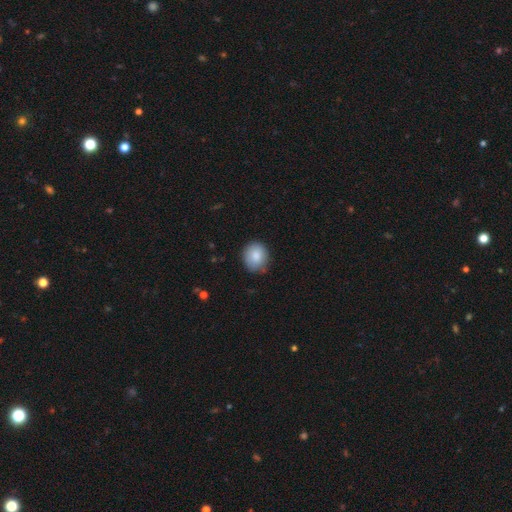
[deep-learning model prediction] Q: Smooth or featured?
A: smooth (85%); runner-up: featured or disk (7%)
Q: How rounded?
A: round (69%); runner-up: in between (30%)
Q: Merging?
A: none (80%); runner-up: minor disturbance (16%)